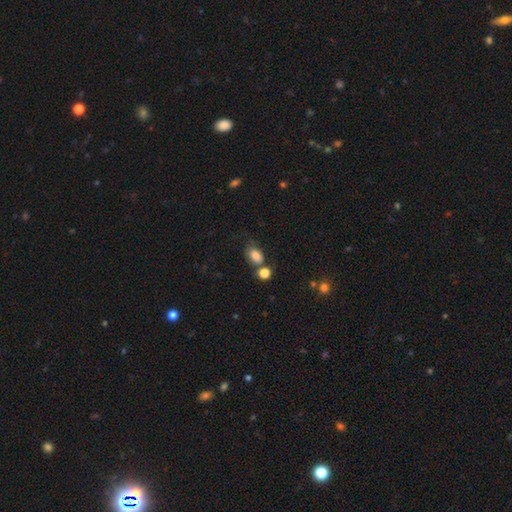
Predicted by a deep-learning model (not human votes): Smooth or featured? smooth (81%)
How rounded? in between (79%)
Merging? none (47%)